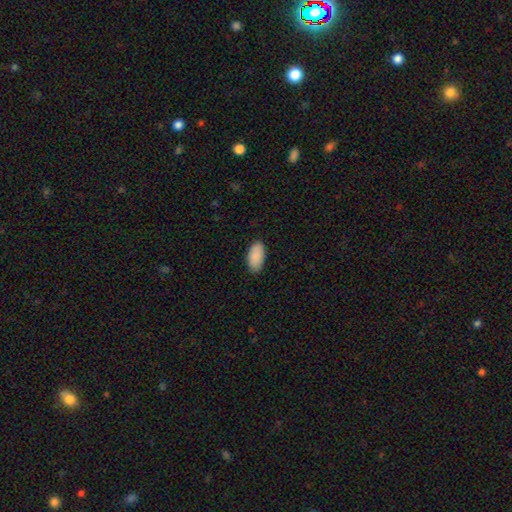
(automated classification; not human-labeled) smooth 90%, star or artifact 6%, featured or disk 4%. Down the decision tree: how rounded — in between (95%); merging — none (87%).